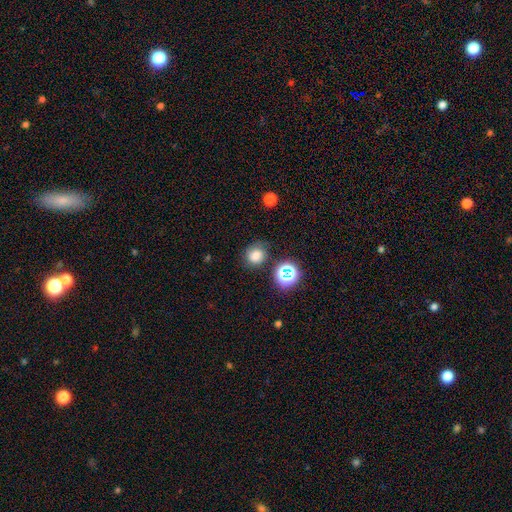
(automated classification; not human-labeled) The model was most divided on "merging": none: 70%, minor disturbance: 19%, major disturbance: 7%, merger: 4%. More confident: how rounded — round (76%); smooth or featured — smooth (74%).